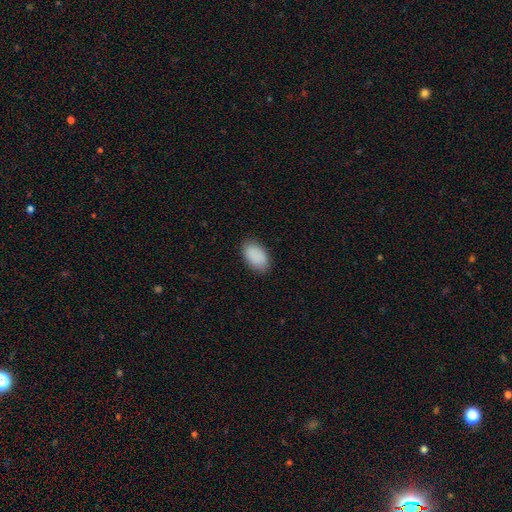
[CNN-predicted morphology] smooth 90%, star or artifact 6%, featured or disk 4%. Down the decision tree: how rounded — in between (94%); merging — none (85%).